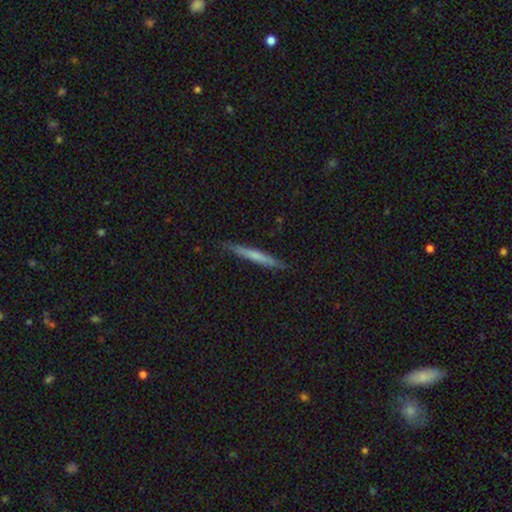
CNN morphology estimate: smooth 57%, featured or disk 38%, star or artifact 6%. Down the decision tree: how rounded — cigar-shaped (96%); merging — none (88%).